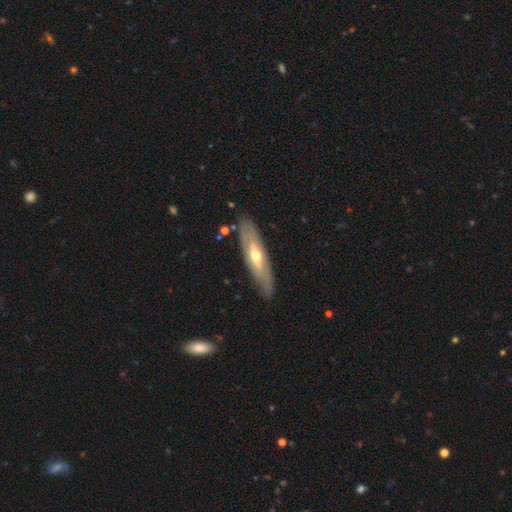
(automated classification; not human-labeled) Smooth or featured: featured or disk — 63% (smooth — 32%)
Edge-on disk: no — 59% (yes — 41%)
Merging: none — 82% (minor disturbance — 13%)